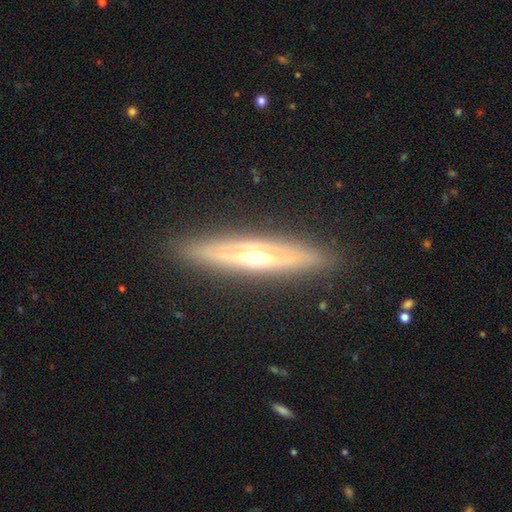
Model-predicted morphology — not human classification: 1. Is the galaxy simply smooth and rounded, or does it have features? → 69% featured or disk, 24% smooth, 7% star or artifact.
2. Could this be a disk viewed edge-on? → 88% yes, 12% no.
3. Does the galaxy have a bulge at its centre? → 85% rounded, 10% none, 4% boxy.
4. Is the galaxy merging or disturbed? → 89% none, 8% minor disturbance, 2% major disturbance, 1% merger.